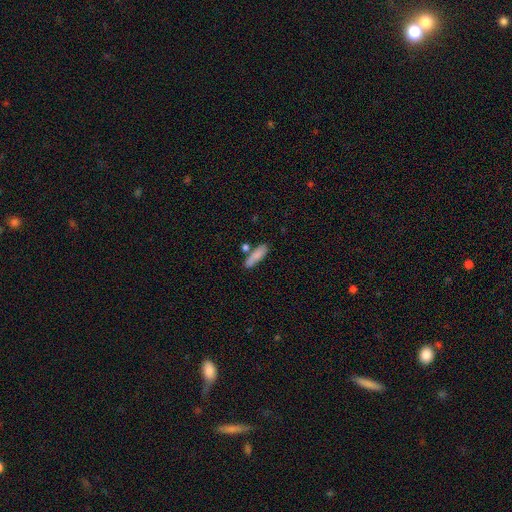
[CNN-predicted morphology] smooth 82%, featured or disk 12%, star or artifact 7%. Down the decision tree: how rounded — cigar-shaped (57%); merging — none (68%).